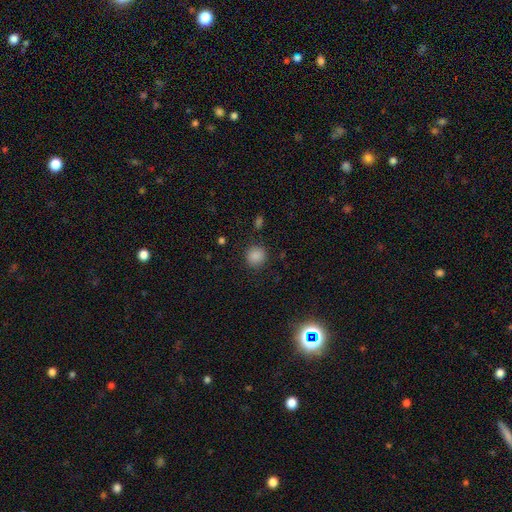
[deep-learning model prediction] Smooth or featured: smooth — 86% (star or artifact — 11%)
How rounded: round — 88% (in between — 11%)
Merging: none — 88% (minor disturbance — 8%)